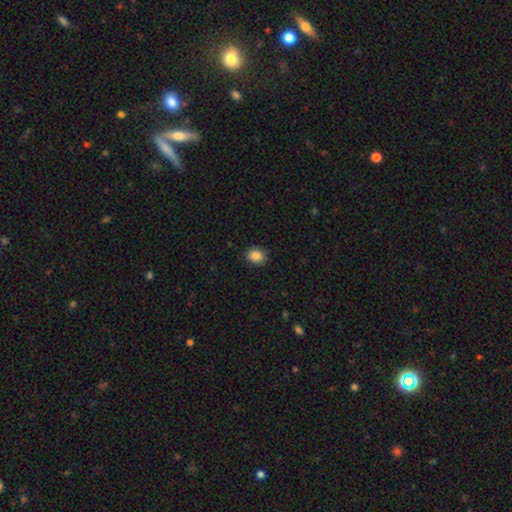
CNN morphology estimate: Overall: smooth (87%). How rounded: round (57%; in between 42%). Merging: none (90%).